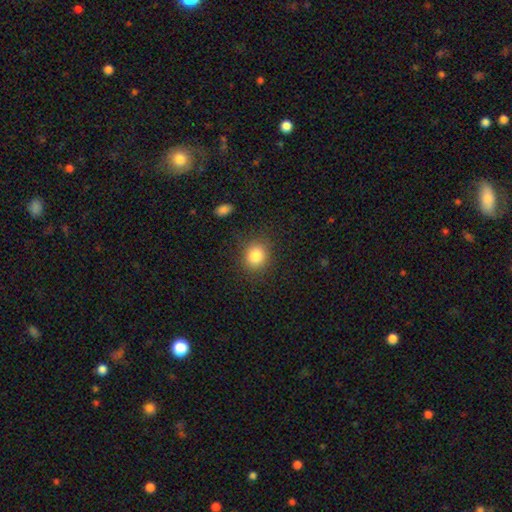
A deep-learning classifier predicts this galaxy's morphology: smooth 84%, star or artifact 10%, featured or disk 6%. Down the decision tree: how rounded — round (75%); merging — none (85%).